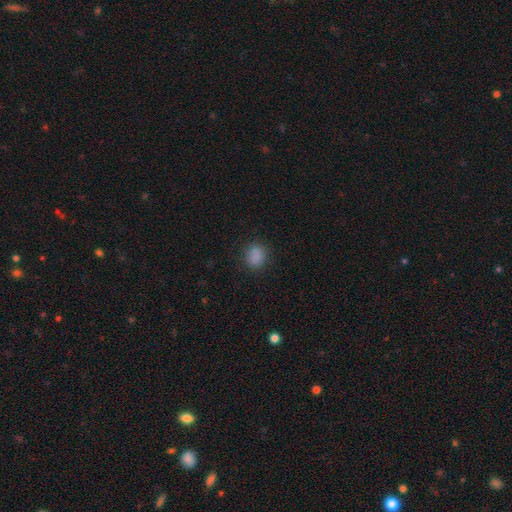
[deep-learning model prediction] smooth 84%, star or artifact 12%, featured or disk 4%. Down the decision tree: how rounded — round (61%); merging — none (83%).